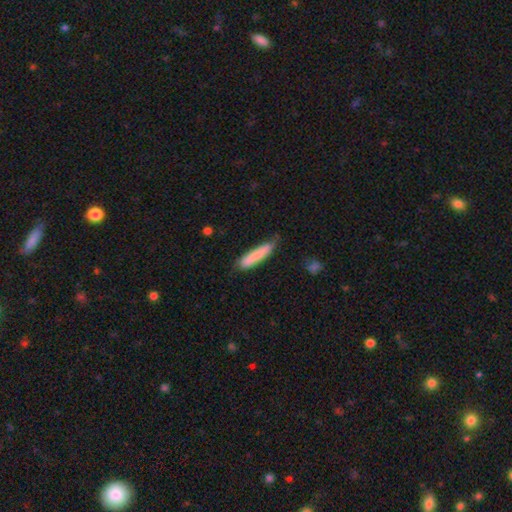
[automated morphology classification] Smooth or featured? smooth (82%)
How rounded? cigar-shaped (88%)
Merging? none (72%)